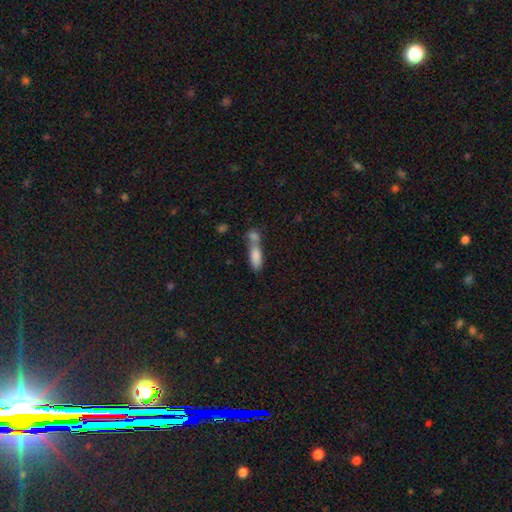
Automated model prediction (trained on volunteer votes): smooth-or-featured: smooth: 82% | featured or disk: 10% | star or artifact: 8%
  how-rounded: in between: 63% | cigar-shaped: 34% | round: 3%
  merging: merger: 61% | none: 25% | minor disturbance: 10% | major disturbance: 5%